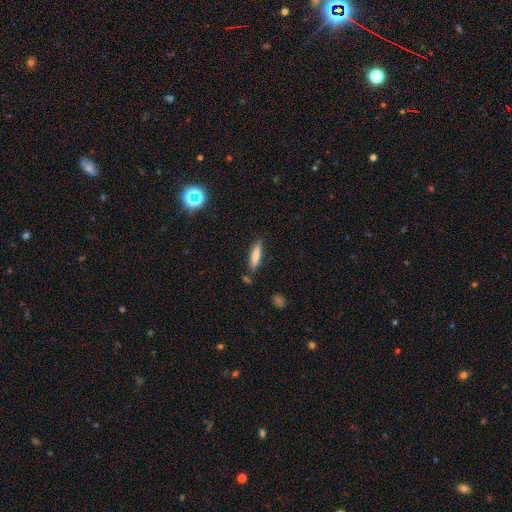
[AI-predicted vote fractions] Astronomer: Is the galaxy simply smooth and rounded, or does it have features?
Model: smooth — 76%.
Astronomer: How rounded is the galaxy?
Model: cigar-shaped — 80%.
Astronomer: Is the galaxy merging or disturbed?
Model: none — 81%.